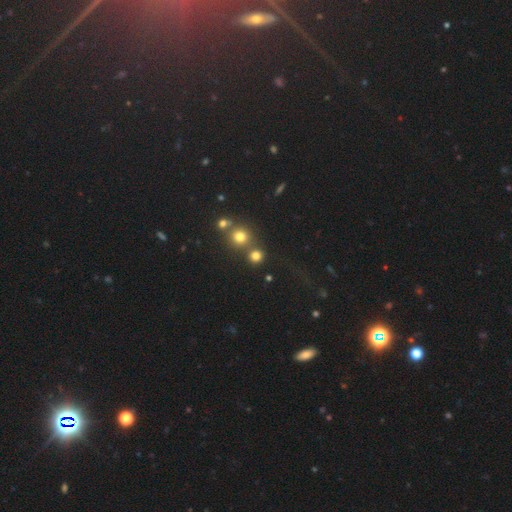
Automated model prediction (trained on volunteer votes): smooth-or-featured: smooth: 75% | star or artifact: 18% | featured or disk: 7%
  how-rounded: round: 90% | in between: 8% | cigar-shaped: 1%
  merging: none: 68% | merger: 21% | minor disturbance: 7% | major disturbance: 4%